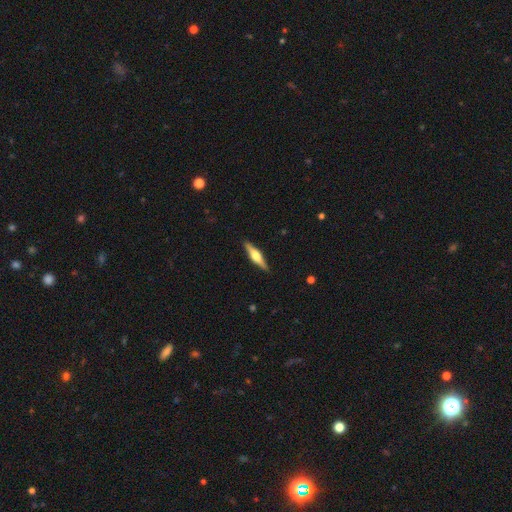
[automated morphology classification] Q: Smooth or featured?
A: featured or disk (67%); runner-up: smooth (27%)
Q: Edge-on disk?
A: yes (97%); runner-up: no (3%)
Q: Edge-on bulge?
A: rounded (89%); runner-up: boxy (8%)
Q: Merging?
A: none (90%); runner-up: minor disturbance (7%)